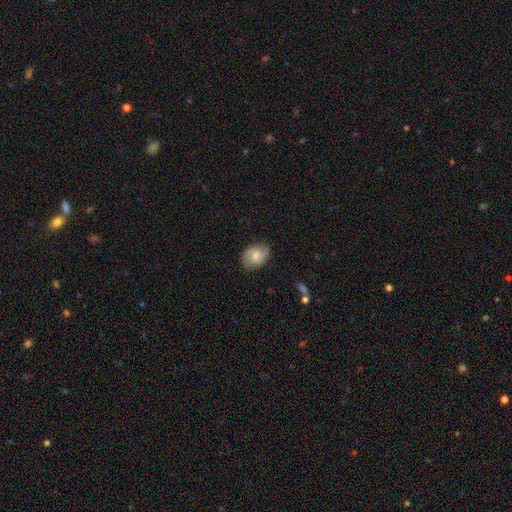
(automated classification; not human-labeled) smooth_or_featured: smooth (p=0.47) [alt: featured or disk p=0.45]
merging: none (p=0.77) [alt: minor disturbance p=0.18]